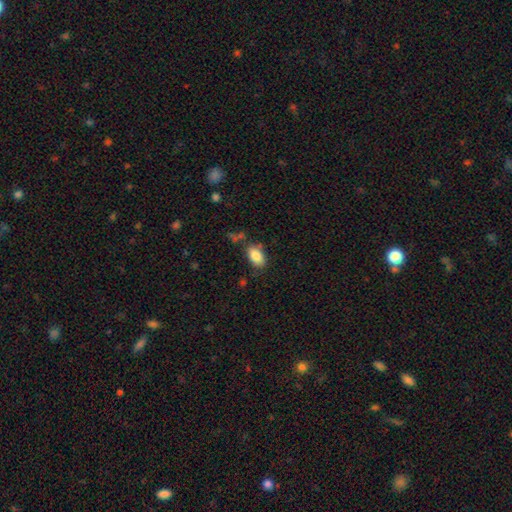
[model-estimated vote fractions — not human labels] This is clearly a smooth galaxy (85%). How rounded: clearly in between (90%). Merging: likely none (73%).